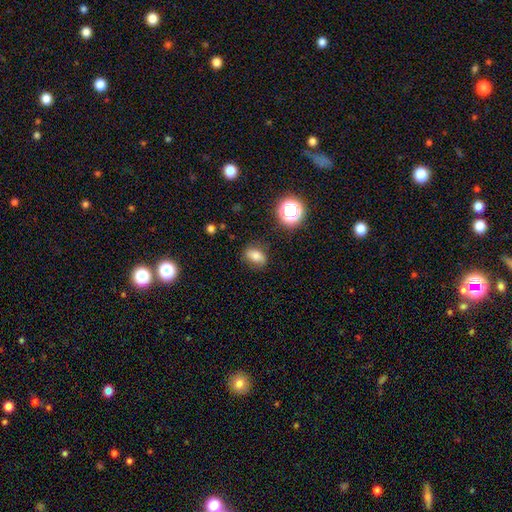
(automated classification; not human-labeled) smooth-or-featured: smooth: 73% | star or artifact: 14% | featured or disk: 14%
  how-rounded: in between: 75% | round: 22% | cigar-shaped: 3%
  merging: none: 77% | minor disturbance: 17% | major disturbance: 4% | merger: 2%